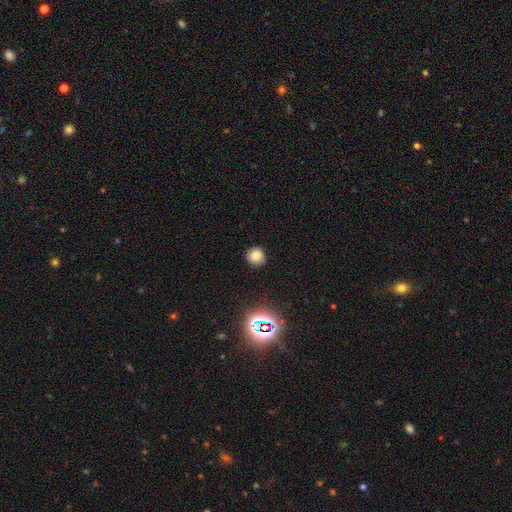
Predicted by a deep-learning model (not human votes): The model was most divided on "smooth or featured": smooth: 78%, star or artifact: 15%, featured or disk: 7%. More confident: how rounded — round (91%); merging — none (87%).